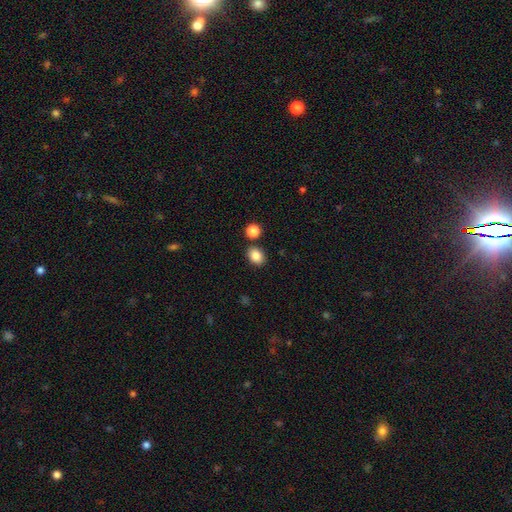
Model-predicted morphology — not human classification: Smooth or featured? Predicted: smooth (p=0.86). How rounded? Predicted: in between (p=0.65). Merging? Predicted: none (p=0.82).